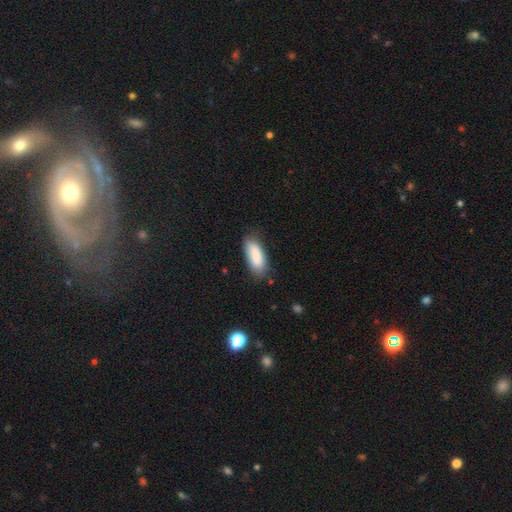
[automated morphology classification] type=smooth (85%); roundness=in between (80%); merging=none (73%).